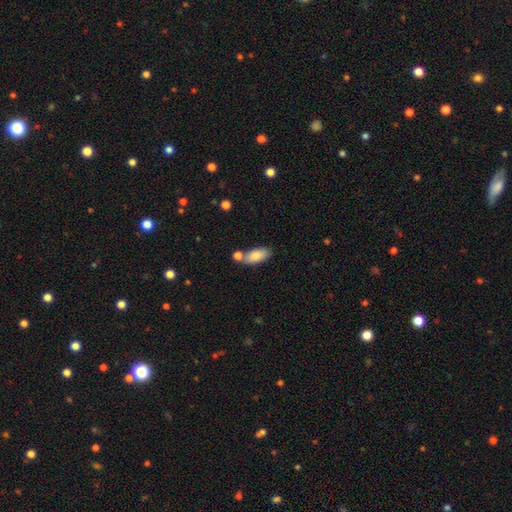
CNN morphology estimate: Smooth or featured? Predicted: smooth (p=0.81). How rounded? Predicted: in between (p=0.87). Merging? Predicted: none (p=0.65).